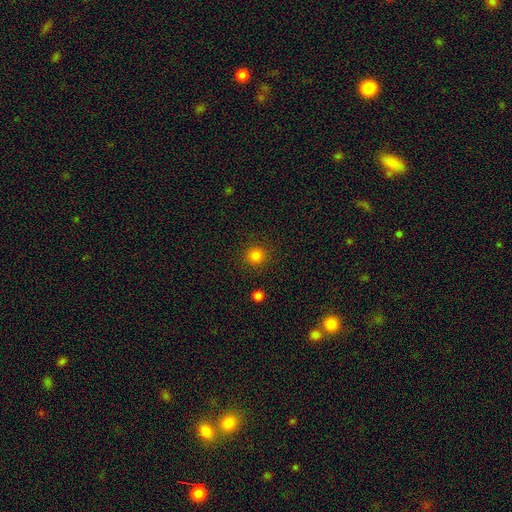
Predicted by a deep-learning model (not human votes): Smooth or featured? Predicted: smooth (p=0.84). How rounded? Predicted: round (p=0.93). Merging? Predicted: none (p=0.90).